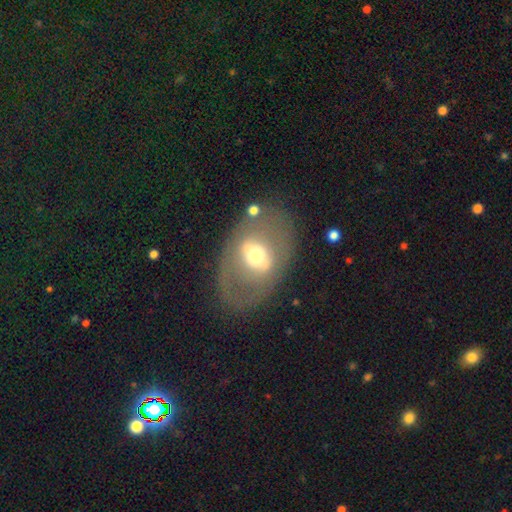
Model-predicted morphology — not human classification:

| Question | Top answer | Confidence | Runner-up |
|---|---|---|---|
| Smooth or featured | featured or disk | 53% | smooth (39%) |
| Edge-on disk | no | 88% | yes (12%) |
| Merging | none | 72% | minor disturbance (14%) |